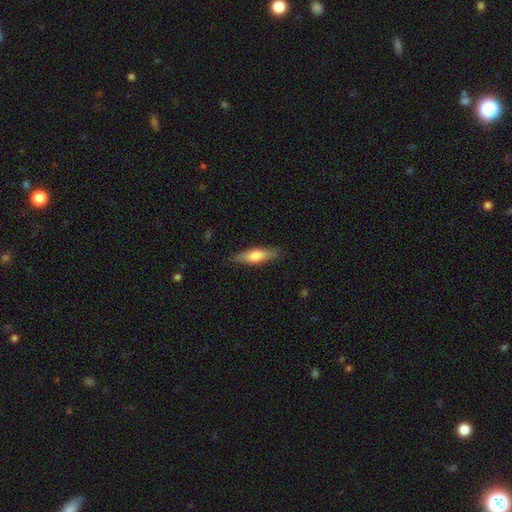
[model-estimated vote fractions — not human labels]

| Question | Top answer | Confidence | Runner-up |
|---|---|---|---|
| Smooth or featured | smooth | 67% | featured or disk (27%) |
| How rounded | cigar-shaped | 59% | in between (40%) |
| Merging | none | 85% | minor disturbance (12%) |